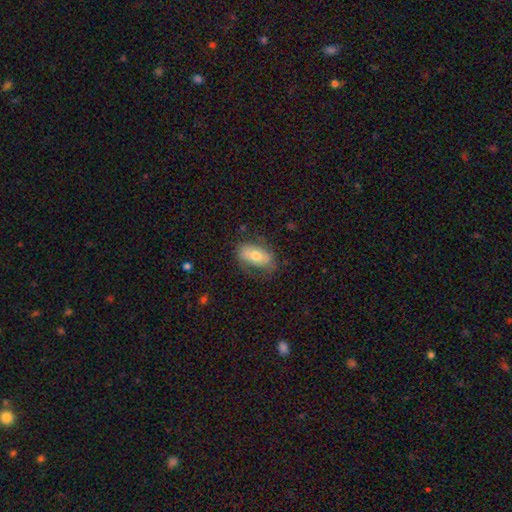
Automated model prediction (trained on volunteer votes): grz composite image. It shows a smooth galaxy with no disk features (62%) that is in between round and cigar-shaped (88%). Merging: none (71%).